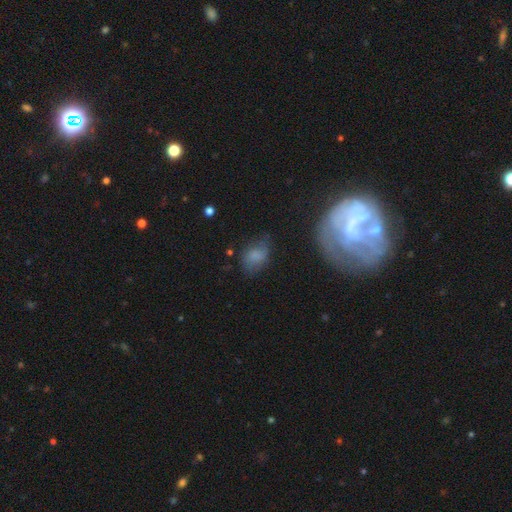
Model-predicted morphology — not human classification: Q: Smooth or featured?
A: smooth (71%); runner-up: featured or disk (18%)
Q: How rounded?
A: in between (79%); runner-up: round (20%)
Q: Merging?
A: none (57%); runner-up: minor disturbance (28%)